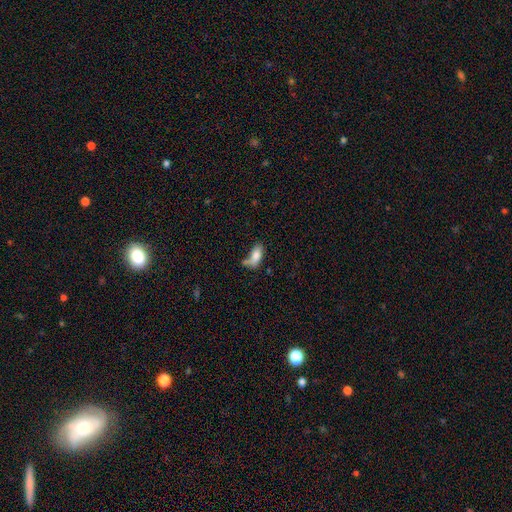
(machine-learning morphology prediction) A smooth galaxy with no disk features (78%) that is in between round and cigar-shaped (85%). Merging: none (35%).